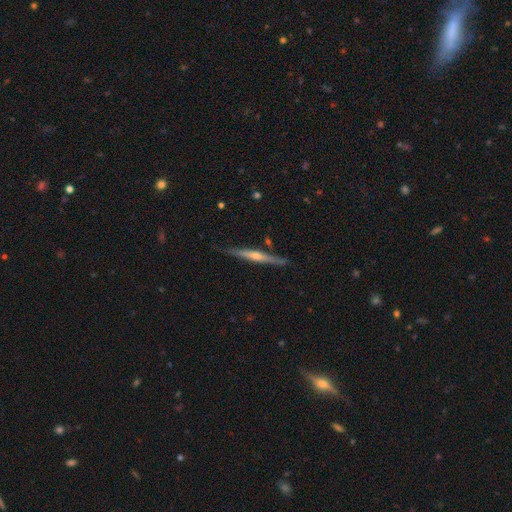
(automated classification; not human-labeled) featured or disk 73%, smooth 21%, star or artifact 6%. Down the decision tree: edge-on disk — yes (98%); edge-on bulge — rounded (76%); merging — none (84%).